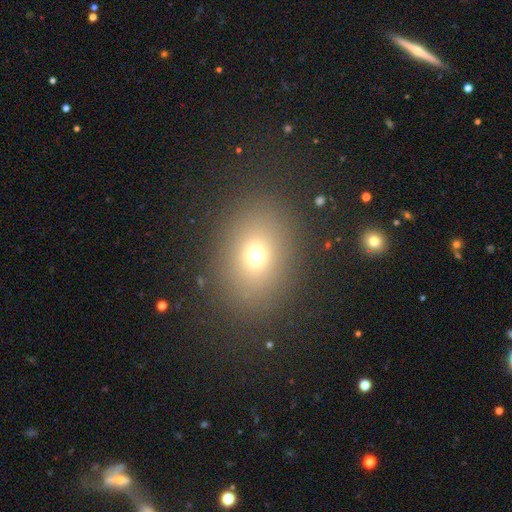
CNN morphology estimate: smooth-or-featured: smooth: 69% | star or artifact: 20% | featured or disk: 11%
  how-rounded: in between: 50% | round: 48% | cigar-shaped: 1%
  merging: none: 85% | minor disturbance: 8% | major disturbance: 5% | merger: 2%